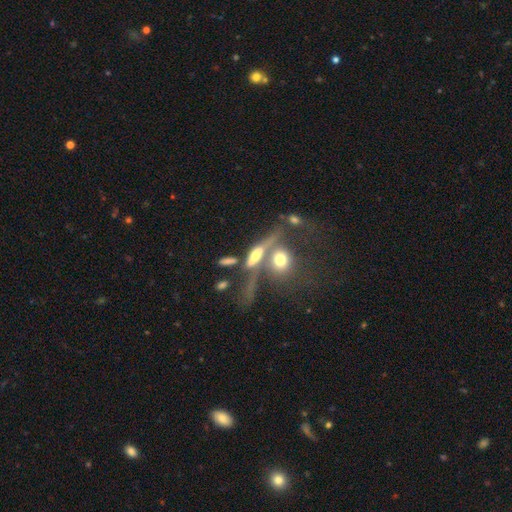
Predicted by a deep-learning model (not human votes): smooth-or-featured: featured or disk: 49% | smooth: 39% | star or artifact: 12%
  merging: merger: 43% | none: 31% | major disturbance: 14% | minor disturbance: 13%